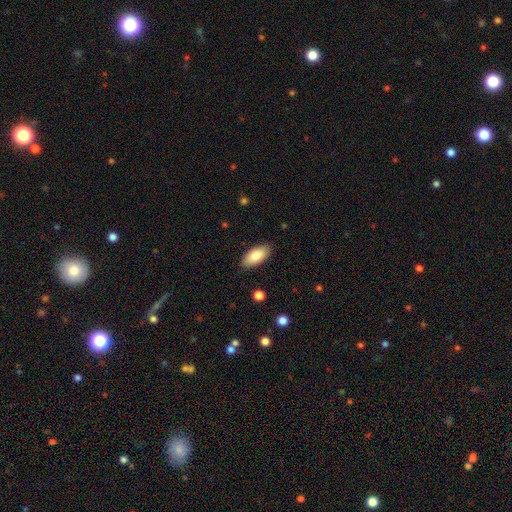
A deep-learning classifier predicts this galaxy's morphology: The model was most divided on "merging": none: 87%, minor disturbance: 10%, major disturbance: 2%, merger: 1%. More confident: how rounded — in between (90%); smooth or featured — smooth (86%).